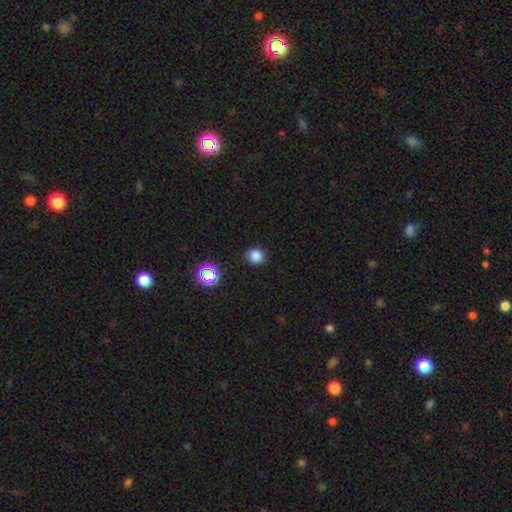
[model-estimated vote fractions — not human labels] Overall: smooth (82%). How rounded: round (88%). Merging: none (90%).